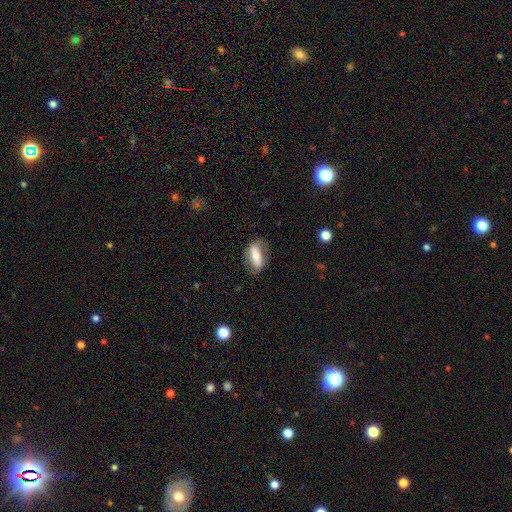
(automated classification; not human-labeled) Smooth or featured: smooth — 49% (featured or disk — 45%)
Merging: none — 72% (minor disturbance — 18%)